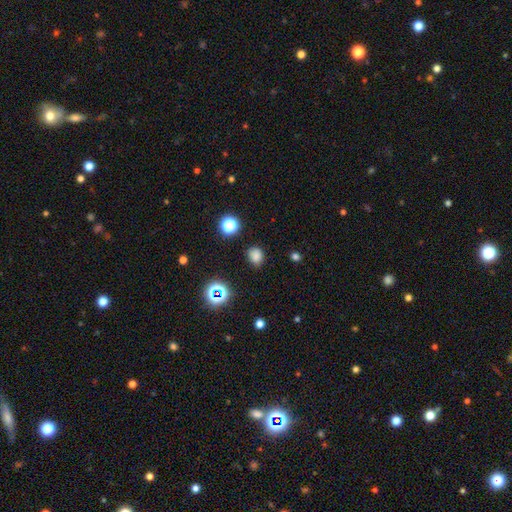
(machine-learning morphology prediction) Smooth or featured? Predicted: smooth (p=0.75). How rounded? Predicted: round (p=0.54). Merging? Predicted: none (p=0.79).